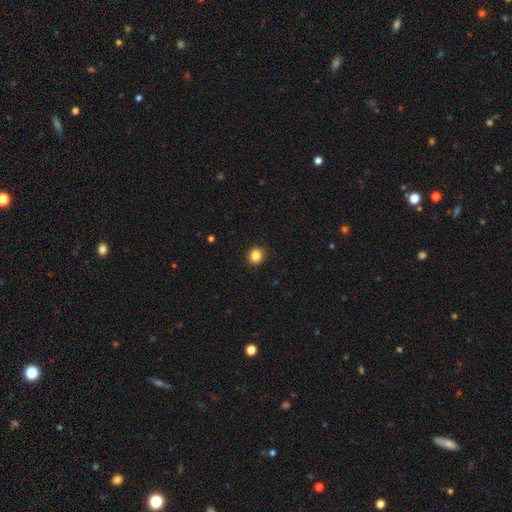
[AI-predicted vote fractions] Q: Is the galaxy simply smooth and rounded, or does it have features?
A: smooth — 85%.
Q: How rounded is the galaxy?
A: round — 87%.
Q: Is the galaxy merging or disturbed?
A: none — 92%.